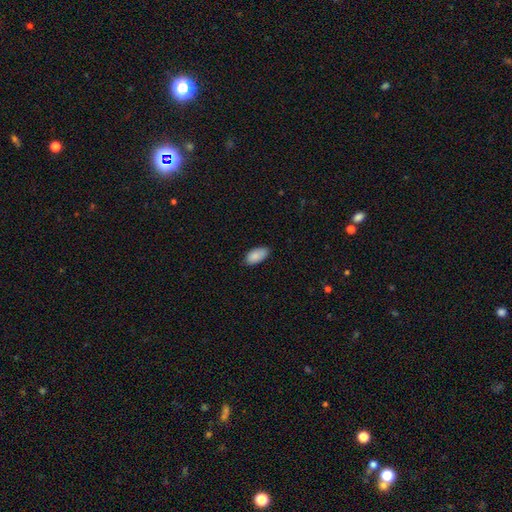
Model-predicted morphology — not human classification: Smooth or featured?
  - smooth: 87% *
  - star or artifact: 6%
  - featured or disk: 6%
How rounded?
  - in between: 95% *
  - cigar-shaped: 3%
  - round: 2%
Merging?
  - none: 80% *
  - minor disturbance: 17%
  - major disturbance: 2%
  - merger: 1%